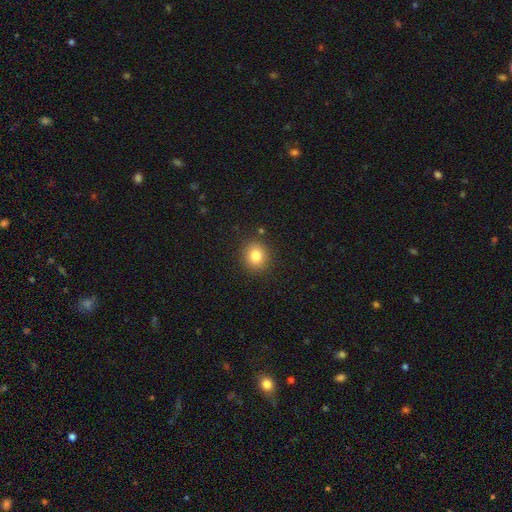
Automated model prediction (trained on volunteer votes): Morphology: type=smooth (81%); roundness=round (82%); merging=none (89%).